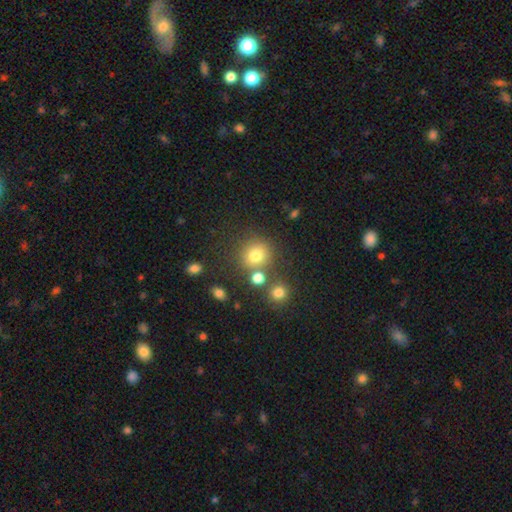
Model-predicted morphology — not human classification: Overall: smooth (75%). How rounded: round (87%). Merging: none (72%).